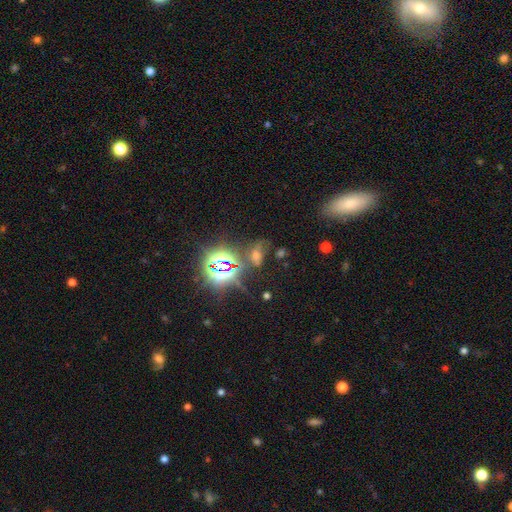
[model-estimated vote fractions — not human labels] A star or artifact, not a galaxy (53%).